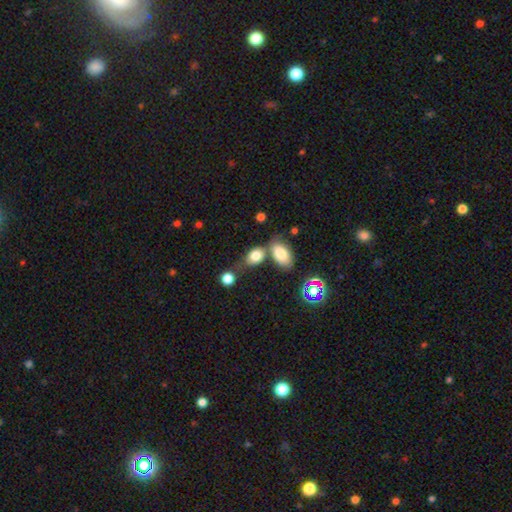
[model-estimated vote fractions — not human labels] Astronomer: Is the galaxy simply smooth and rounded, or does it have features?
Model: smooth — 79%.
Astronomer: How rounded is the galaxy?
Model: in between — 80%.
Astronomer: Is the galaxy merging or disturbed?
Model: none — 44% (runner-up: merger, 35%).